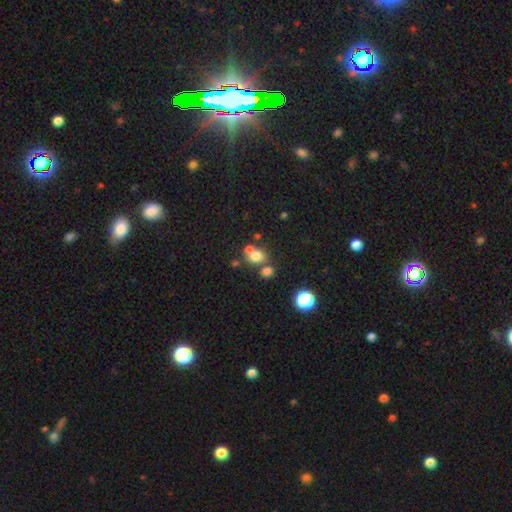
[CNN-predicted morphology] type=smooth (72%); roundness=round (66%); merging=none (49%).